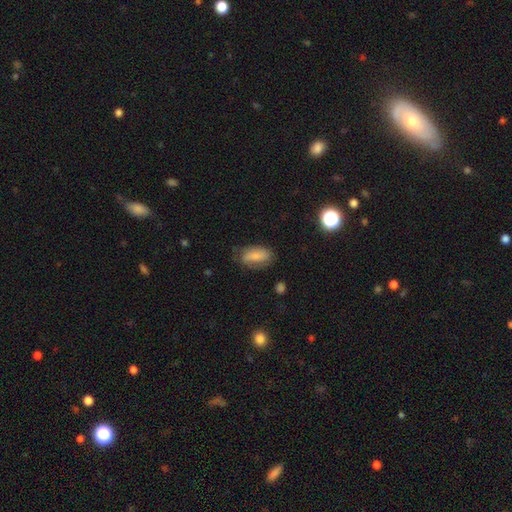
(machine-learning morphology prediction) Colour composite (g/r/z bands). It shows a smooth galaxy with no disk features (72%) that is in between round and cigar-shaped (88%). Merging: none (69%).